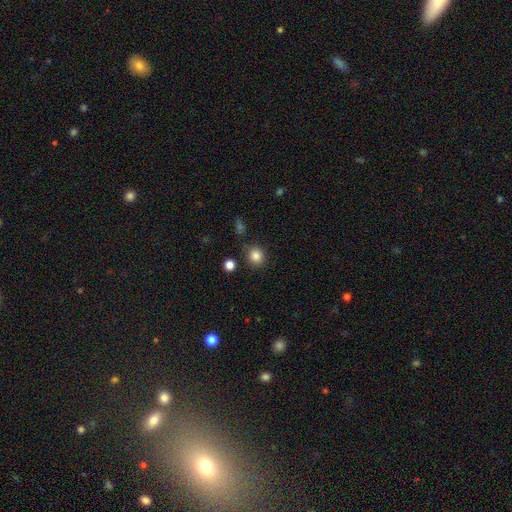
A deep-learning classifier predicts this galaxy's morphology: smooth 85%, star or artifact 11%, featured or disk 4%. Down the decision tree: how rounded — round (84%); merging — none (83%).